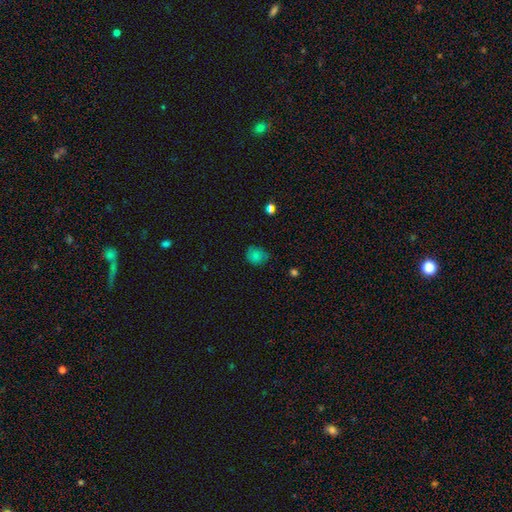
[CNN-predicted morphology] Q: Smooth or featured?
A: smooth (70%); runner-up: star or artifact (18%)
Q: How rounded?
A: round (60%); runner-up: in between (39%)
Q: Merging?
A: none (68%); runner-up: minor disturbance (25%)